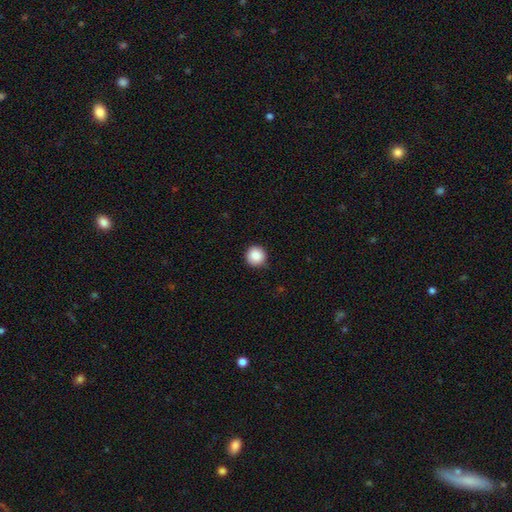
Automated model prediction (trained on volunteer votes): This appears to be a smooth galaxy with no disk features (88%) that is round (96%). Merging: none (90%).